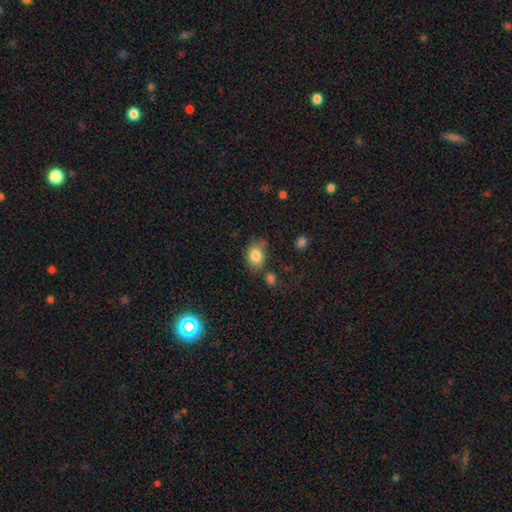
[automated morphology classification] A smooth galaxy with no disk features (82%) that is in between round and cigar-shaped (68%).

Vote fractions:
- Smooth or featured? smooth: 82% / featured or disk: 9% / star or artifact: 9%
- How rounded? in between: 68% / round: 31% / cigar-shaped: 1%
- Merging? none: 63% / minor disturbance: 23% / merger: 7% / major disturbance: 7%